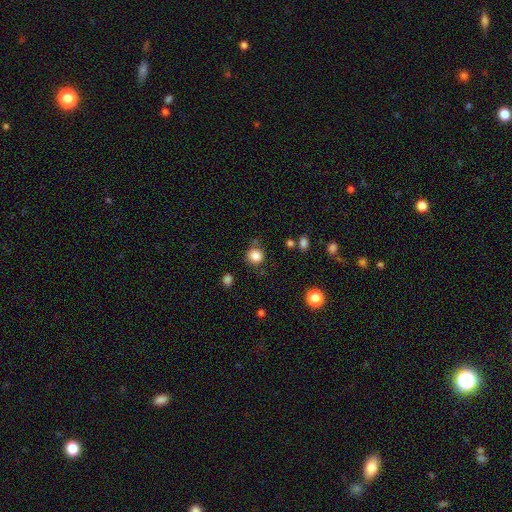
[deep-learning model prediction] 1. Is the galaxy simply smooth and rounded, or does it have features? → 85% smooth, 11% star or artifact, 4% featured or disk.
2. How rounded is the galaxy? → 89% round, 10% in between, 1% cigar-shaped.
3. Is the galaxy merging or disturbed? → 77% none, 13% minor disturbance, 6% merger, 4% major disturbance.